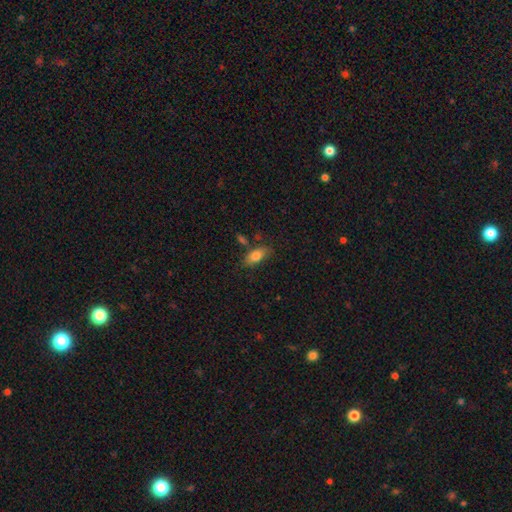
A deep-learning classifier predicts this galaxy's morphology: A smooth galaxy with no disk features (80%) that is in between round and cigar-shaped (88%). Merging: none (71%).